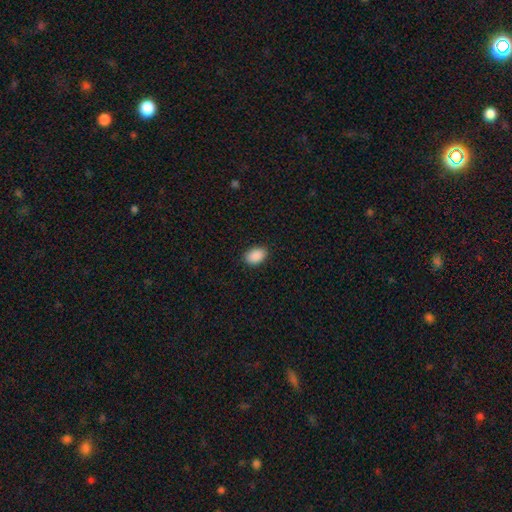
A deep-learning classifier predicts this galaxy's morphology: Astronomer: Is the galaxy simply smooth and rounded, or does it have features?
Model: smooth — 91%.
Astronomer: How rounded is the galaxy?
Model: in between — 87%.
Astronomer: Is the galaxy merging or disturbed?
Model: none — 89%.